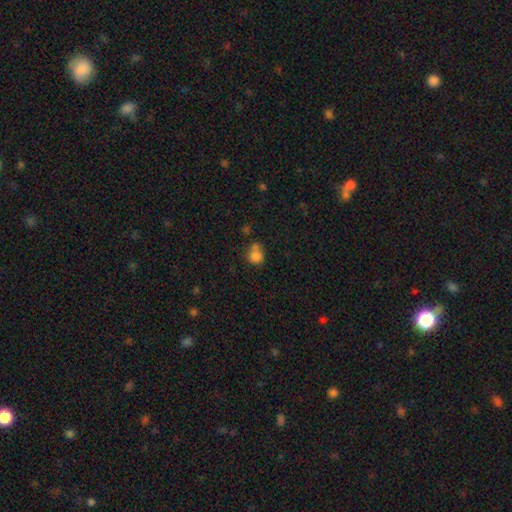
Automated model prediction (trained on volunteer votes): The model was most divided on "merging": none: 39%, merger: 34%, minor disturbance: 19%, major disturbance: 9%. More confident: smooth or featured — smooth (79%); how rounded — round (69%).